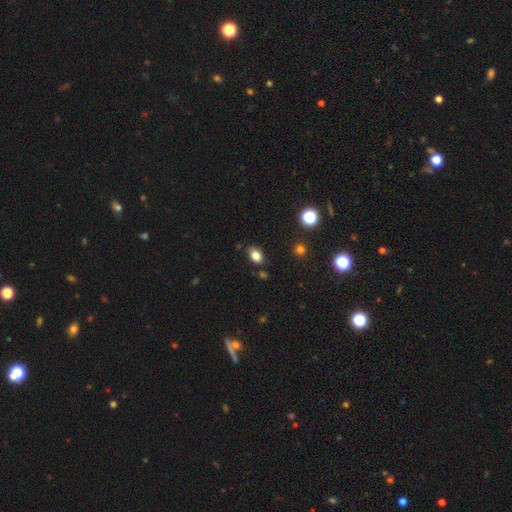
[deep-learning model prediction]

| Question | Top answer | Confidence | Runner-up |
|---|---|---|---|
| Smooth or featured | smooth | 81% | star or artifact (12%) |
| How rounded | in between | 81% | round (18%) |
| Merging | none | 82% | minor disturbance (12%) |